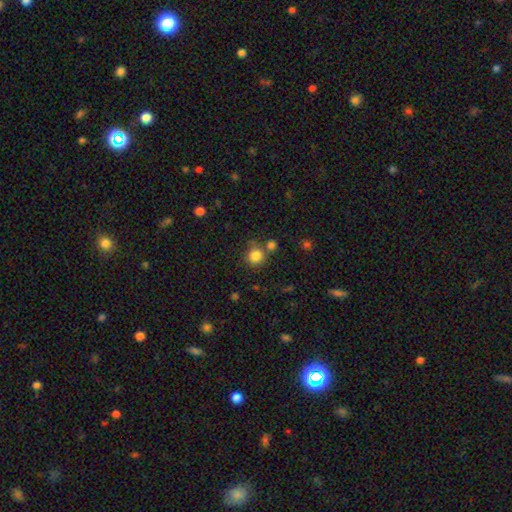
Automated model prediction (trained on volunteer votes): smooth 83%, star or artifact 11%, featured or disk 6%. Down the decision tree: how rounded — round (90%); merging — none (70%).